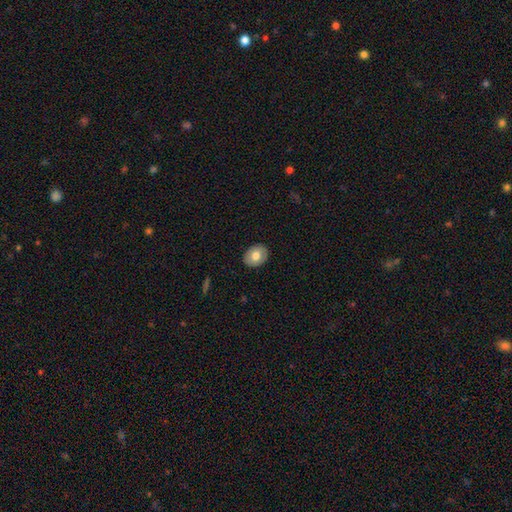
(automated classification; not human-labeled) A smooth galaxy with no disk features (71%) that is in between round and cigar-shaped (58%). Merging: none (88%).